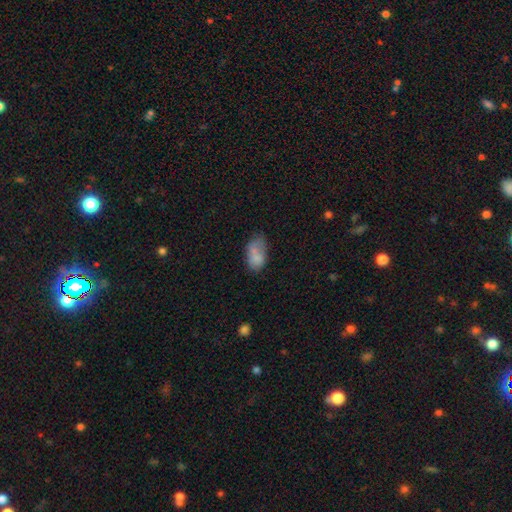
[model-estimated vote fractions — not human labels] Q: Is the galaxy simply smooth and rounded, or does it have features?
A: smooth — 71%.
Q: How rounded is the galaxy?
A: in between — 90%.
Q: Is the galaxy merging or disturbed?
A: none — 38%.